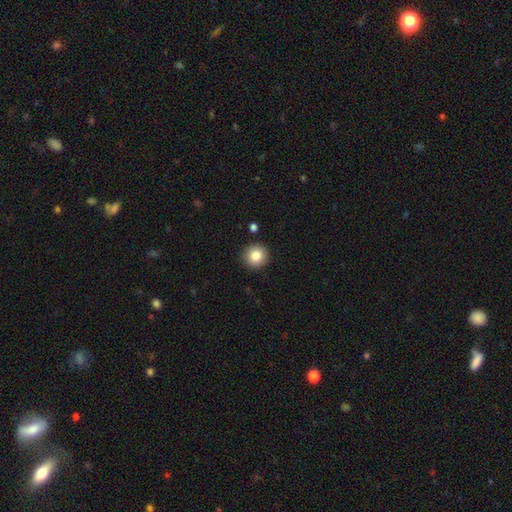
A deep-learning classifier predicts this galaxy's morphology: This is clearly a smooth galaxy (84%). How rounded: clearly round (93%). Merging: clearly none (91%).